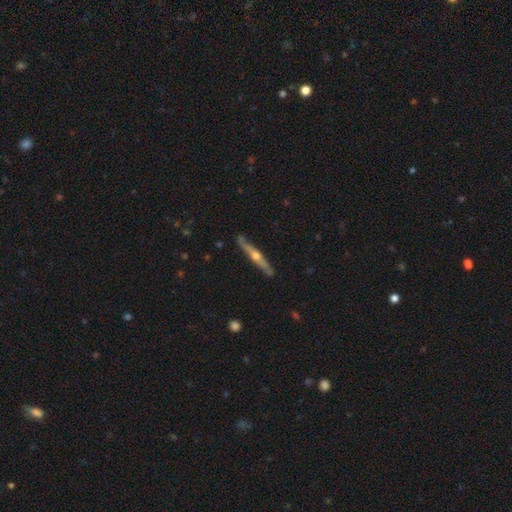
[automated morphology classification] Smooth or featured? Predicted: featured or disk (p=0.76). Edge-on disk? Predicted: yes (p=0.97). Edge-on bulge? Predicted: rounded (p=0.91). Merging? Predicted: none (p=0.87).